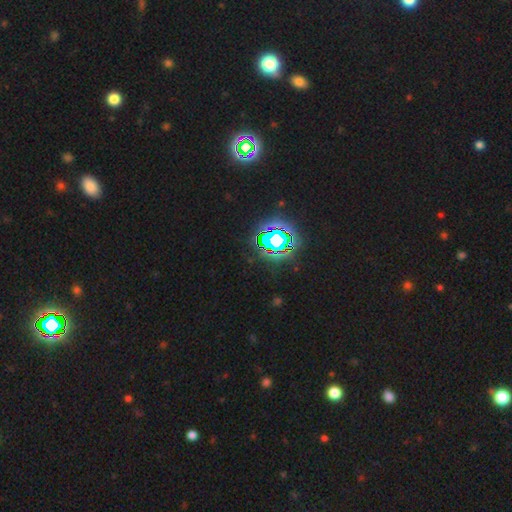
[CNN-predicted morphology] Q: Smooth or featured?
A: star or artifact (81%); runner-up: smooth (12%)